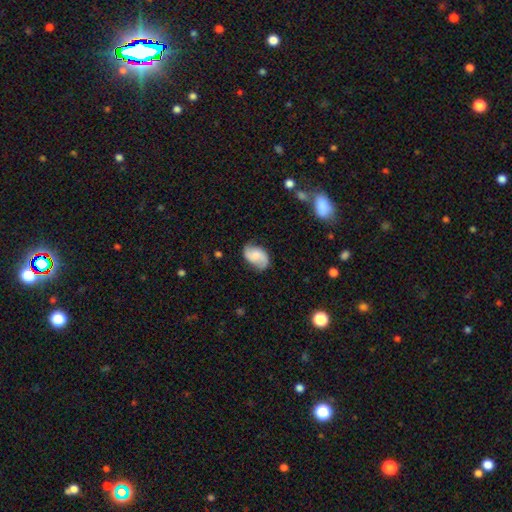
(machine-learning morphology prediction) This is likely a featured or disk galaxy (60%). It is clearly not viewed edge-on (97%). Bar: possibly no (56%). Spiral arm pattern: clearly yes (93%). Spiral arm count: clearly 2 (90%). Spiral winding: possibly loose (48%). Central bulge: marginally small (31%). Merging: likely none (74%).